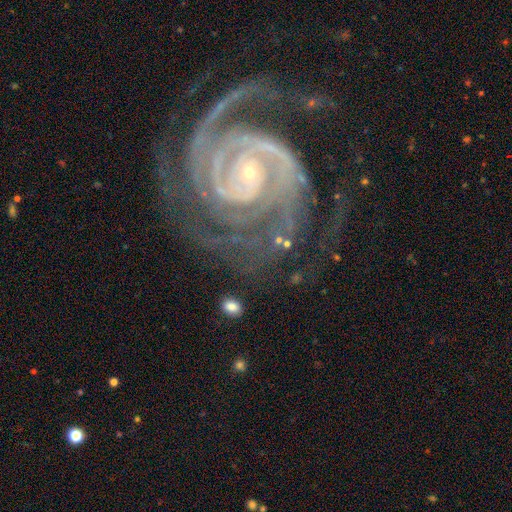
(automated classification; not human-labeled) The model was most divided on "spiral arm count": 2: 44%, 3: 20%, can't tell: 11%, 4: 11%, more than 4: 8%, 1: 7%. More confident: spiral arms — yes (99%); edge-on disk — no (98%); smooth or featured — featured or disk (92%); bulge size — small (85%); spiral winding — tight (76%); merging — none (66%); bar — no (52%).